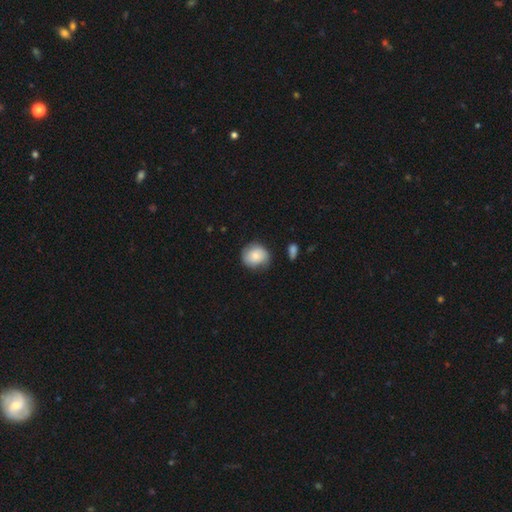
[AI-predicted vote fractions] The model was most divided on "merging": none: 70%, minor disturbance: 22%, major disturbance: 5%, merger: 2%. More confident: how rounded — round (79%); smooth or featured — smooth (74%).